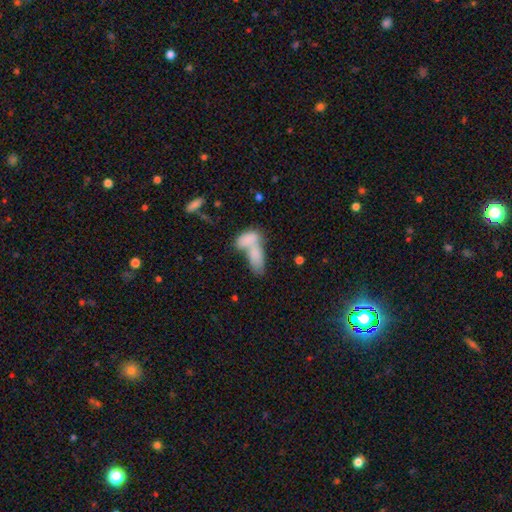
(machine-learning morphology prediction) smooth_or_featured: smooth (p=0.79) [alt: featured or disk p=0.14]
how_rounded: in between (p=0.85) [alt: cigar-shaped p=0.11]
merging: merger (p=0.68) [alt: none p=0.19]